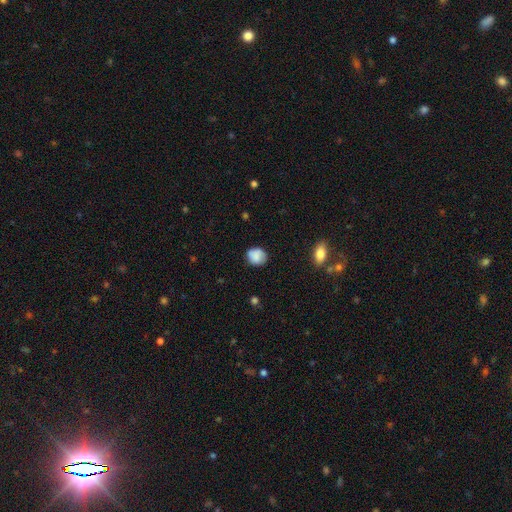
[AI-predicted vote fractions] Q: Smooth or featured?
A: smooth (79%); runner-up: featured or disk (13%)
Q: How rounded?
A: round (71%); runner-up: in between (28%)
Q: Merging?
A: none (74%); runner-up: minor disturbance (20%)